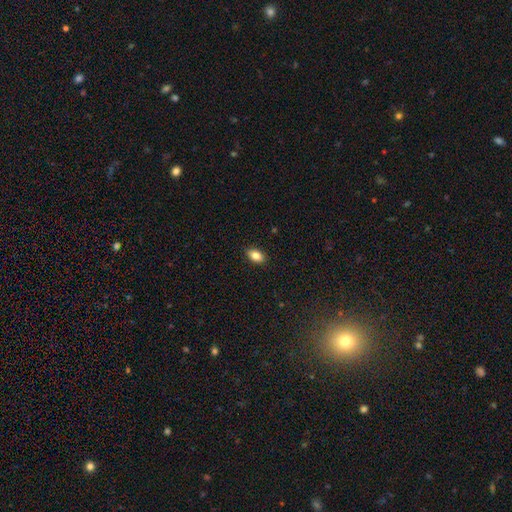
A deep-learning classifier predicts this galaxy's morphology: Smooth or featured? Predicted: smooth (p=0.85). How rounded? Predicted: in between (p=0.89). Merging? Predicted: none (p=0.89).